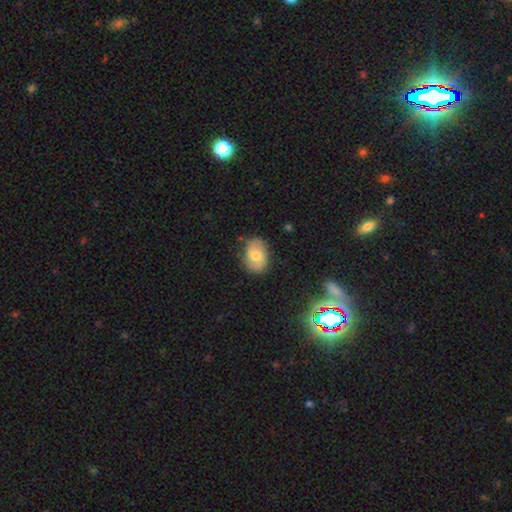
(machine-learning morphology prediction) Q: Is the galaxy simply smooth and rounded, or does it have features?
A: featured or disk — 51%.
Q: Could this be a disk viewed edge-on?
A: no — 96%.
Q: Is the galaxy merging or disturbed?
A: none — 77%.